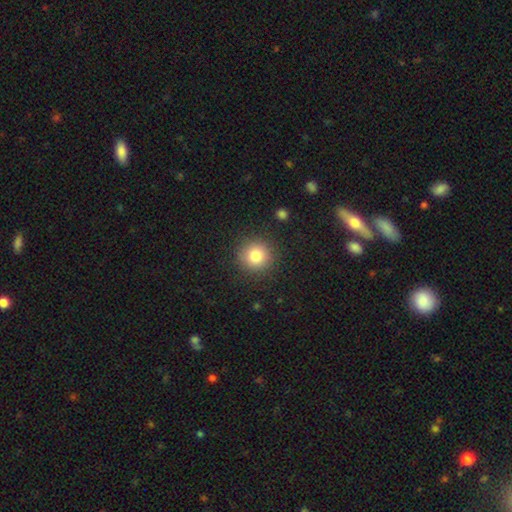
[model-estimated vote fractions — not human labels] The model was most divided on "smooth or featured": smooth: 82%, star or artifact: 11%, featured or disk: 7%. More confident: how rounded — round (94%); merging — none (89%).